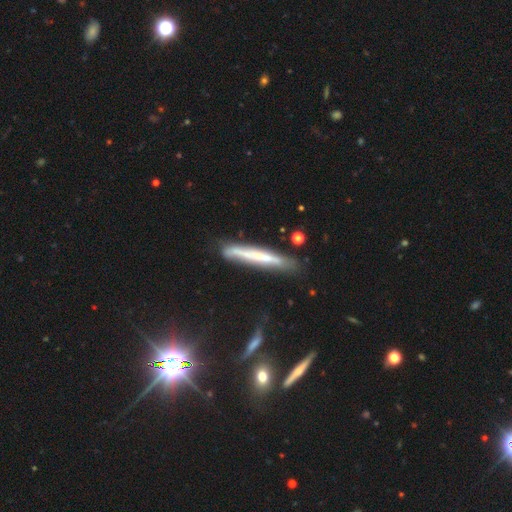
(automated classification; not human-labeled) Smooth or featured? Predicted: featured or disk (p=0.50). Edge-on disk? Predicted: yes (p=0.86). Merging? Predicted: none (p=0.77).